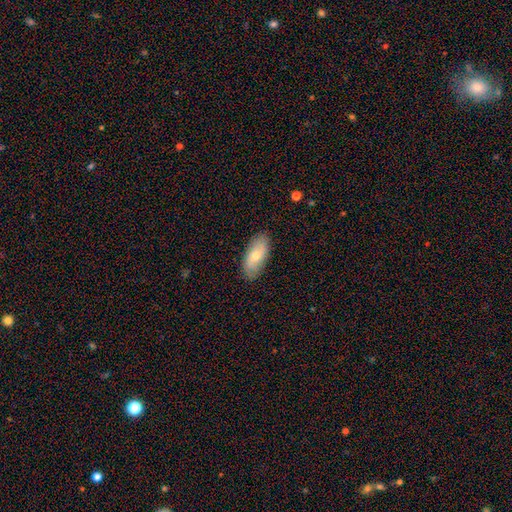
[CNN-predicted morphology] Smooth or featured? Predicted: smooth (p=0.69). How rounded? Predicted: in between (p=0.89). Merging? Predicted: none (p=0.86).